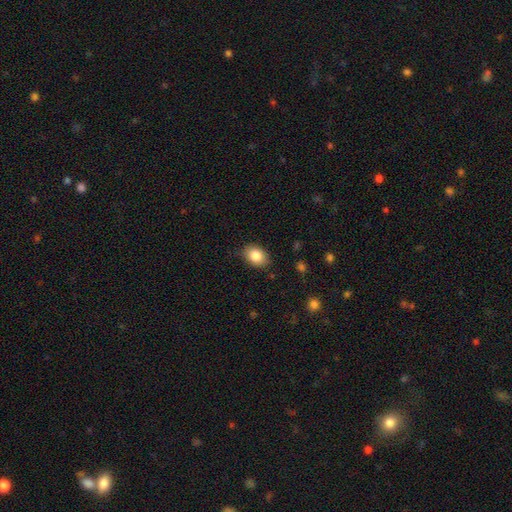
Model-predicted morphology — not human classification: This appears to be a smooth galaxy with no disk features (85%) that is in between round and cigar-shaped (75%). Merging: none (82%).